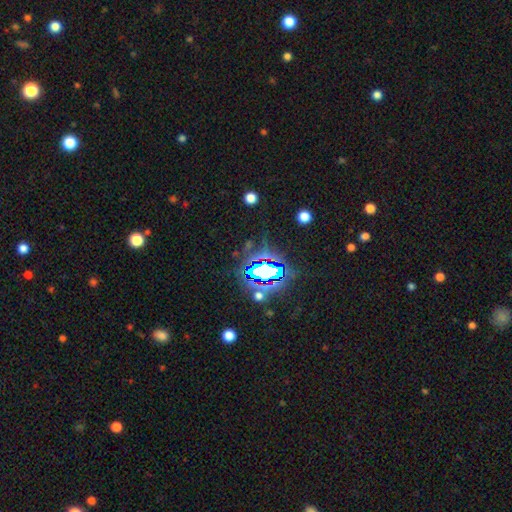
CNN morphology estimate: Overall: star or artifact (82%).